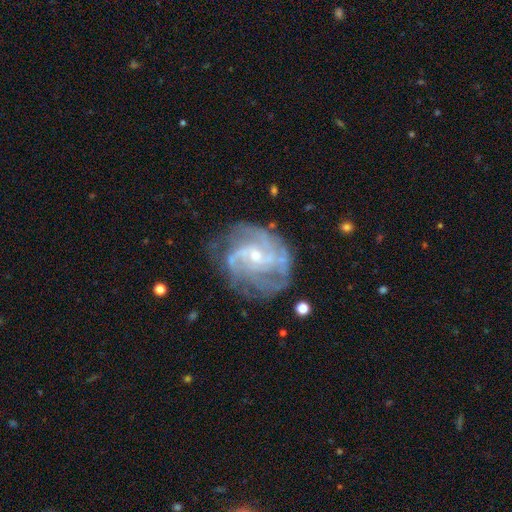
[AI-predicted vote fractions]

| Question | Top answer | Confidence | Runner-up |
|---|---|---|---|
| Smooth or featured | featured or disk | 87% | smooth (7%) |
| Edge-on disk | no | 98% | yes (2%) |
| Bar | no | 55% | weak (38%) |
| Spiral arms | yes | 94% | no (6%) |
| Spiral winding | tight | 44% | medium (41%) |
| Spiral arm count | can't tell | 29% | 3 (23%) |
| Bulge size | small | 66% | moderate (29%) |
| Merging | none | 63% | minor disturbance (20%) |